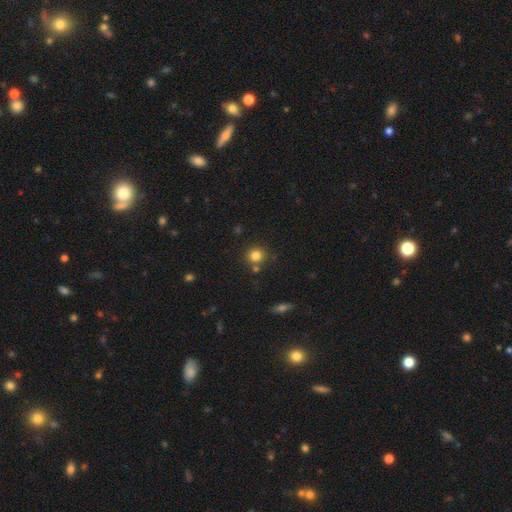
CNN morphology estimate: type=smooth (81%); roundness=round (92%); merging=none (78%).